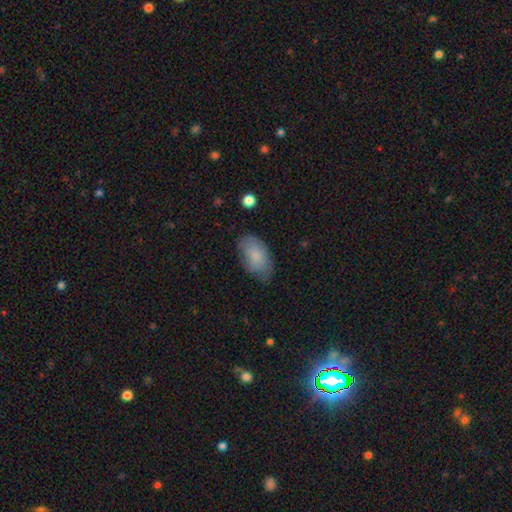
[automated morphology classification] Smooth or featured?
  - smooth: 80% *
  - featured or disk: 13%
  - star or artifact: 6%
How rounded?
  - in between: 94% *
  - round: 4%
  - cigar-shaped: 2%
Merging?
  - none: 69% *
  - minor disturbance: 25%
  - major disturbance: 5%
  - merger: 1%